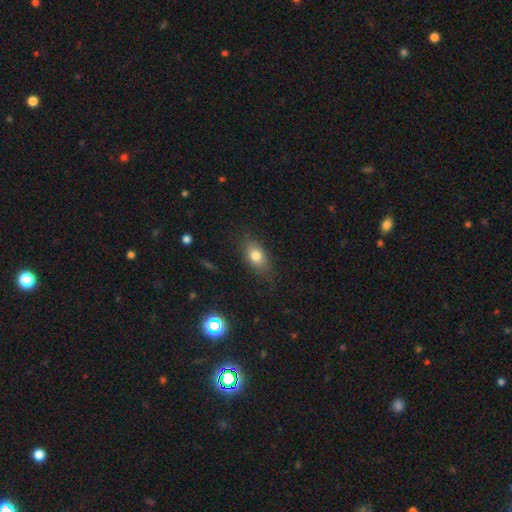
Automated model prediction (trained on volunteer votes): Overall: smooth (76%). How rounded: in between (79%). Merging: none (77%).